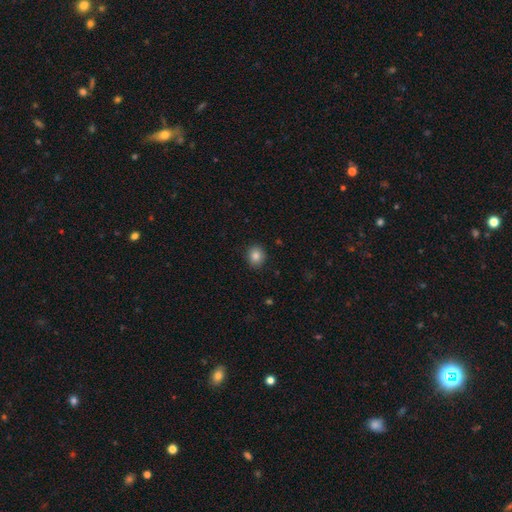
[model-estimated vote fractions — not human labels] Smooth or featured: smooth — 85% (star or artifact — 10%)
How rounded: round — 78% (in between — 21%)
Merging: none — 90% (minor disturbance — 7%)